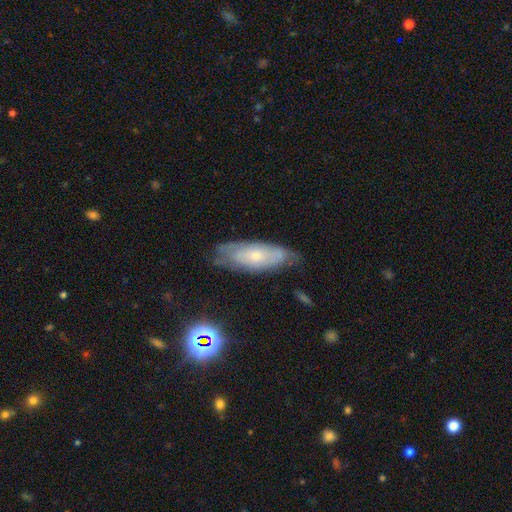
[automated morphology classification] Q: Smooth or featured?
A: featured or disk (56%); runner-up: smooth (35%)
Q: Edge-on disk?
A: no (81%); runner-up: yes (19%)
Q: Merging?
A: none (64%); runner-up: minor disturbance (26%)